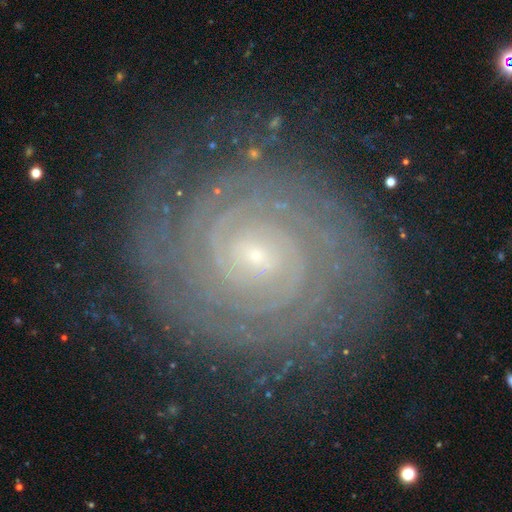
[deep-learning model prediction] Q: Smooth or featured?
A: featured or disk (89%); runner-up: star or artifact (6%)
Q: Edge-on disk?
A: no (98%); runner-up: yes (2%)
Q: Bar?
A: no (61%); runner-up: weak (27%)
Q: Spiral arms?
A: yes (98%); runner-up: no (2%)
Q: Spiral winding?
A: tight (90%); runner-up: medium (8%)
Q: Spiral arm count?
A: 2 (35%); runner-up: can't tell (18%)
Q: Bulge size?
A: small (84%); runner-up: moderate (12%)
Q: Merging?
A: none (83%); runner-up: minor disturbance (12%)